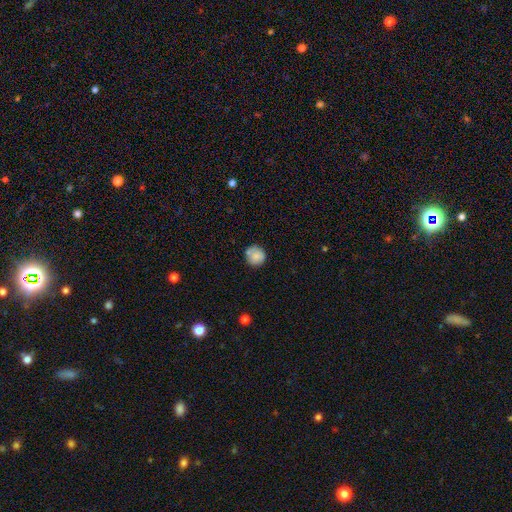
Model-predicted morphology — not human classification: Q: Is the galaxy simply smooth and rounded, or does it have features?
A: smooth — 79%.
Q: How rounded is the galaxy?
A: round — 91%.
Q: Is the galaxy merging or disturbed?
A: none — 73%.